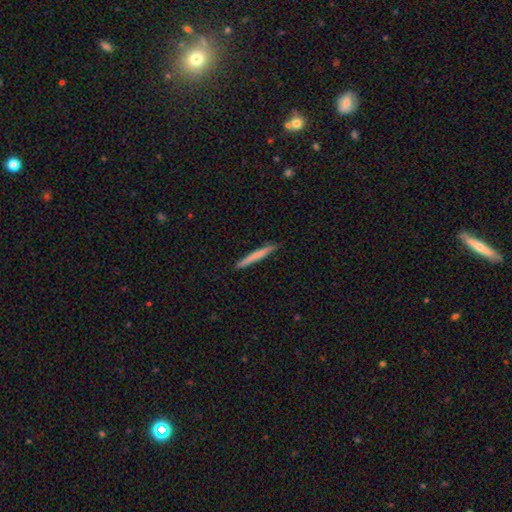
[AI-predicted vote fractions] A smooth galaxy with no disk features (66%) that is cigar-shaped (97%).

Vote fractions:
- Smooth or featured? smooth: 66% / featured or disk: 29% / star or artifact: 5%
- How rounded? cigar-shaped: 97% / in between: 2% / round: 1%
- Merging? none: 90% / minor disturbance: 8% / major disturbance: 1% / merger: 1%